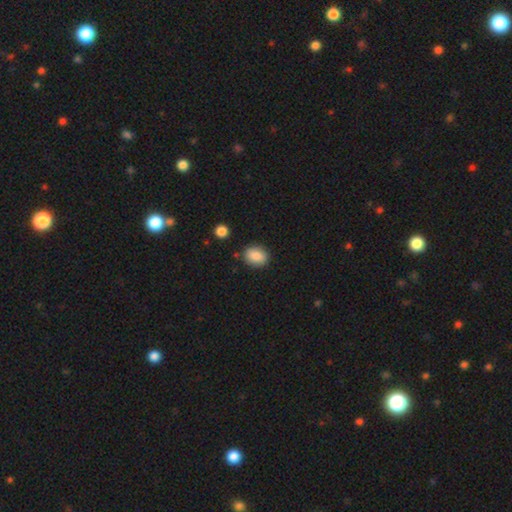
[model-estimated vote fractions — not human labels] Smooth or featured? Predicted: smooth (p=0.87). How rounded? Predicted: in between (p=0.59). Merging? Predicted: none (p=0.84).